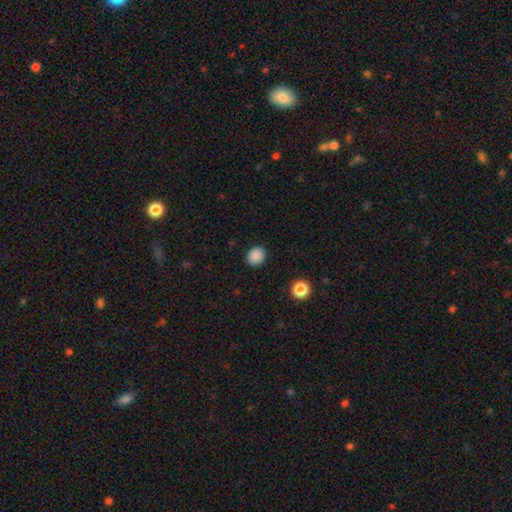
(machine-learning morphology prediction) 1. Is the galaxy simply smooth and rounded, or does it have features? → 88% smooth, 10% star or artifact, 3% featured or disk.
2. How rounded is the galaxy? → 67% round, 32% in between, 1% cigar-shaped.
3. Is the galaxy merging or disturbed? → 90% none, 7% minor disturbance, 2% major disturbance, 1% merger.